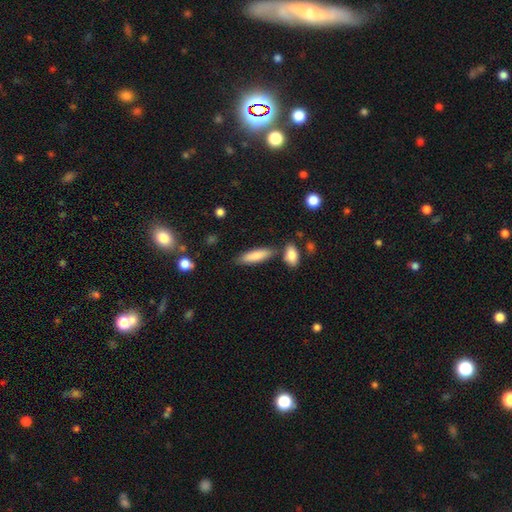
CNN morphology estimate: smooth_or_featured: smooth (p=0.84) [alt: featured or disk p=0.11]
how_rounded: cigar-shaped (p=0.61) [alt: in between p=0.38]
merging: none (p=0.76) [alt: minor disturbance p=0.13]